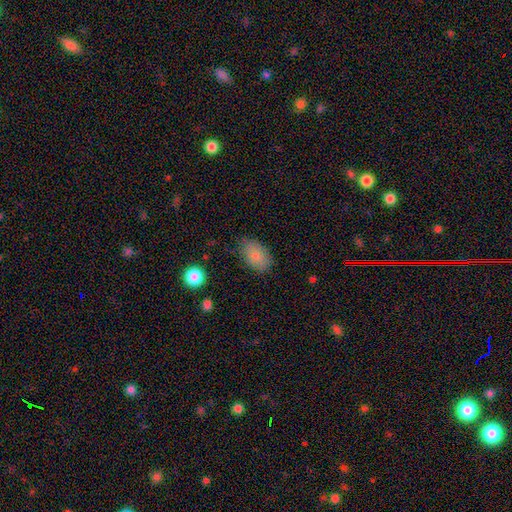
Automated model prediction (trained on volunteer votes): A smooth galaxy with no disk features (82%) that is in between round and cigar-shaped (88%). Merging: none (75%).